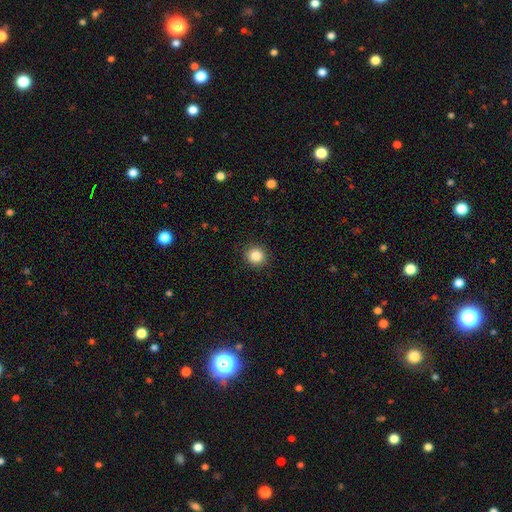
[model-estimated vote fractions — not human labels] Smooth or featured? smooth (86%)
How rounded? round (90%)
Merging? none (91%)